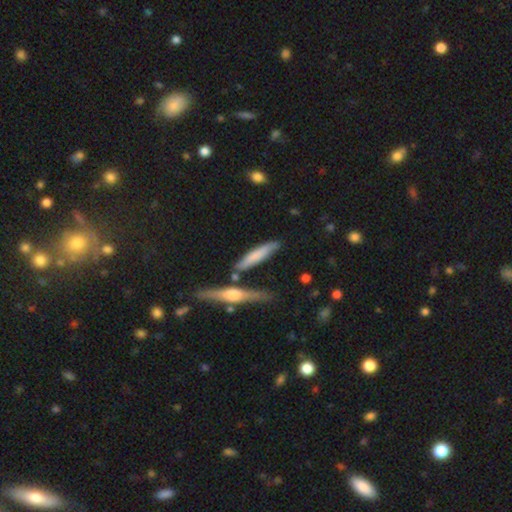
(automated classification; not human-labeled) Smooth or featured?
  - smooth: 64% *
  - featured or disk: 30%
  - star or artifact: 6%
How rounded?
  - cigar-shaped: 84% *
  - in between: 14%
  - round: 2%
Merging?
  - none: 75% *
  - minor disturbance: 14%
  - merger: 9%
  - major disturbance: 3%